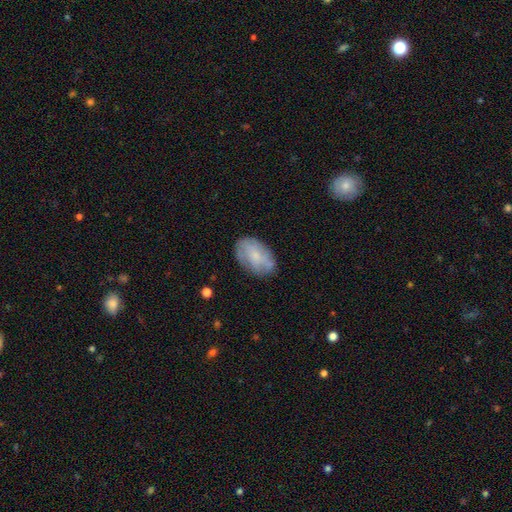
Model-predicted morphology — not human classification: smooth_or_featured: smooth (p=0.54) [alt: featured or disk p=0.39]
how_rounded: in between (p=0.89) [alt: round p=0.10]
merging: none (p=0.72) [alt: minor disturbance p=0.21]